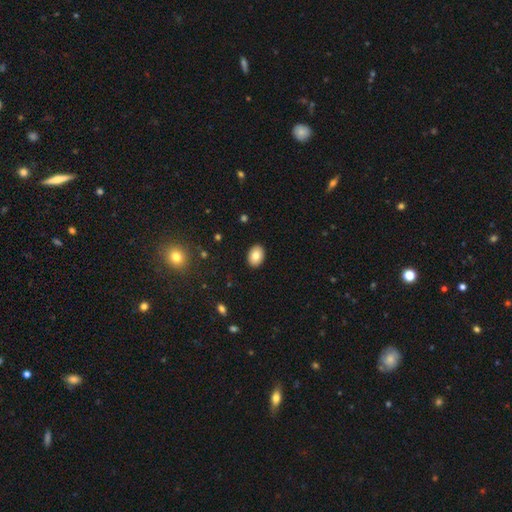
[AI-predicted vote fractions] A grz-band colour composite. It shows a smooth galaxy with no disk features (80%) that is in between round and cigar-shaped (81%). Merging: none (91%).